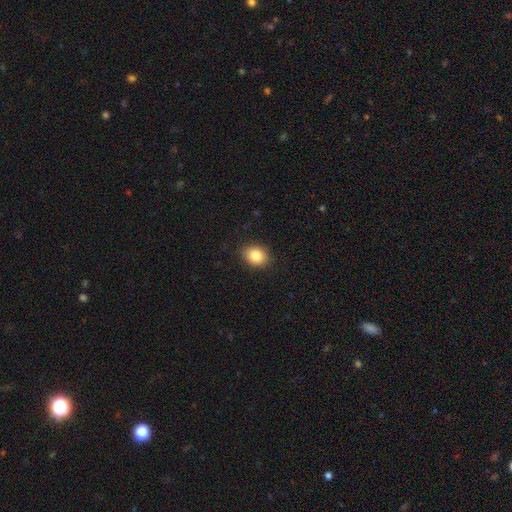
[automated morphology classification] This appears to be a smooth galaxy with no disk features (83%) that is round (52%). Merging: none (88%).